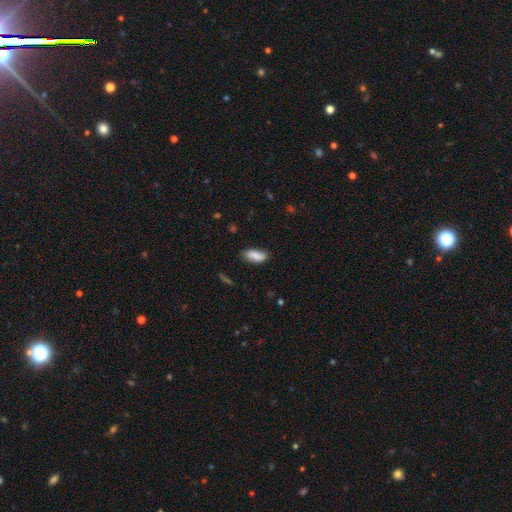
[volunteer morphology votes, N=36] smooth 81%, featured or disk 17%, star or artifact 3%. Down the decision tree: how rounded — in between (86%); merging — none (74%).